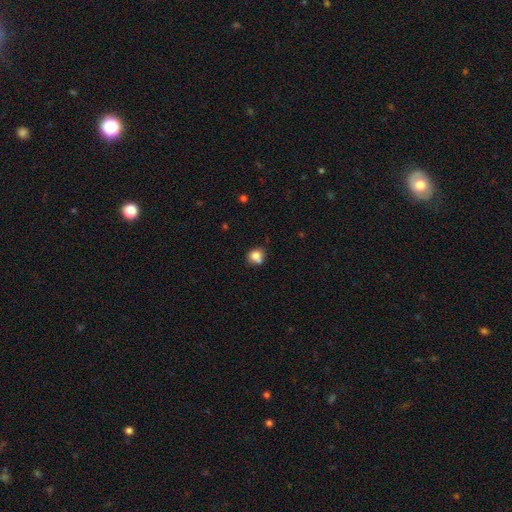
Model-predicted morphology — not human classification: type=smooth (80%); roundness=round (82%); merging=none (61%).